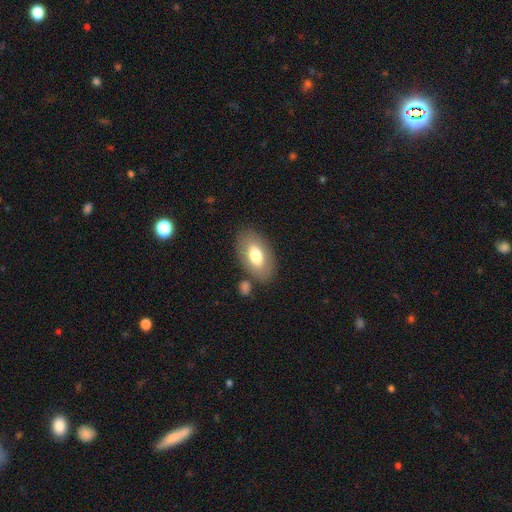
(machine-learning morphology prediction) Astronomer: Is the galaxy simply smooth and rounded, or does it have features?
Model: smooth — 71%.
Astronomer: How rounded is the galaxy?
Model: in between — 93%.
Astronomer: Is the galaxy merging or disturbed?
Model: none — 77%.